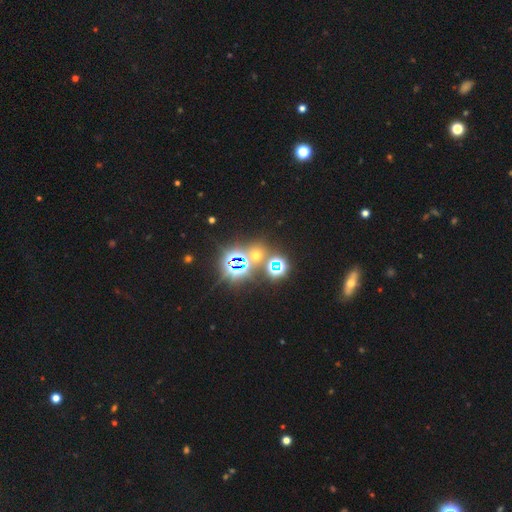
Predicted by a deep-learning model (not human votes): smooth-or-featured: star or artifact: 65% | smooth: 27% | featured or disk: 8%